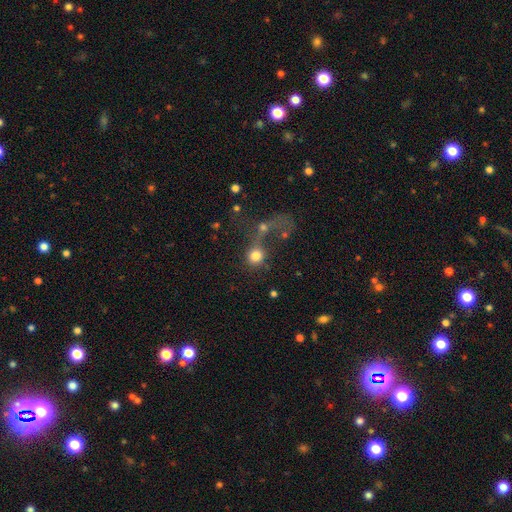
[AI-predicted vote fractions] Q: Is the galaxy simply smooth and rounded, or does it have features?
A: smooth — 74%.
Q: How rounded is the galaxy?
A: round — 84%.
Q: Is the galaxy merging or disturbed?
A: merger — 41%.